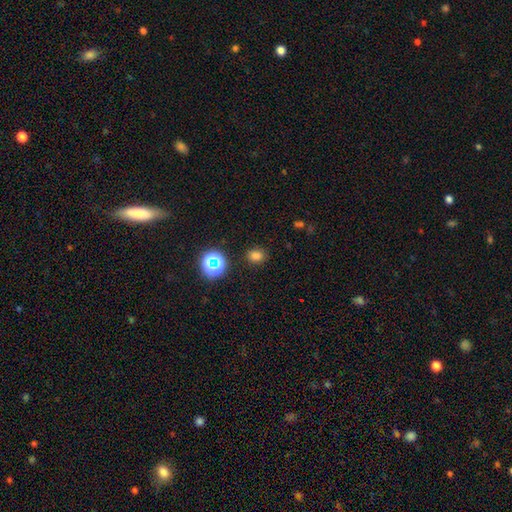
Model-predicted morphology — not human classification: This appears to be a smooth galaxy with no disk features (75%) that is round (64%). Merging: none (87%).